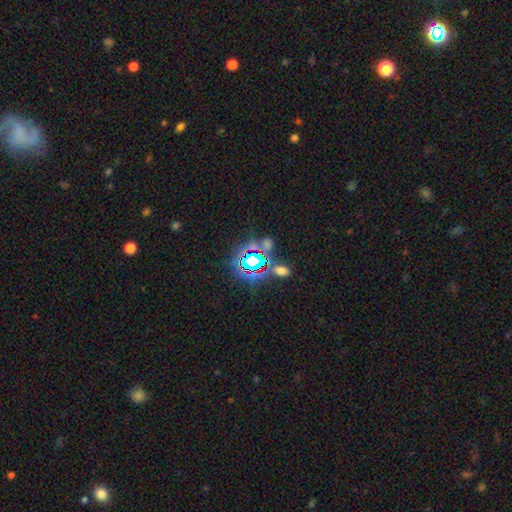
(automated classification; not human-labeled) A star or artifact, not a galaxy (72%).

Vote fractions:
- Smooth or featured? star or artifact: 72% / smooth: 18% / featured or disk: 10%